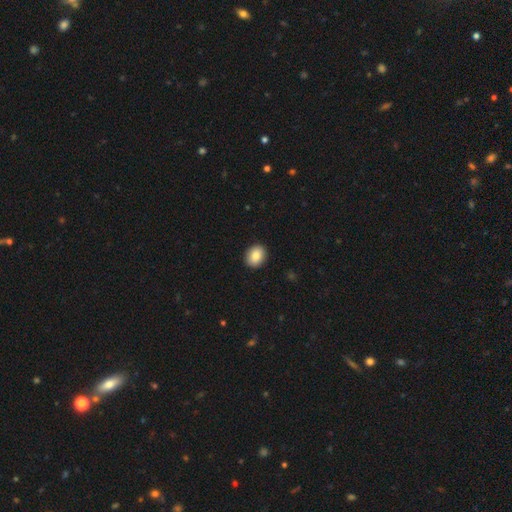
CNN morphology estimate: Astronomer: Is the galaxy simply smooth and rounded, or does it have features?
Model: smooth — 87%.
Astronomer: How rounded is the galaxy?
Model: in between — 50% (runner-up: round, 49%).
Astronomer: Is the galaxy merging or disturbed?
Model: none — 91%.